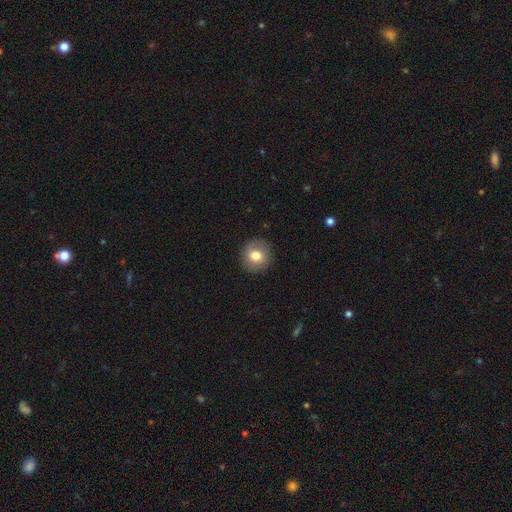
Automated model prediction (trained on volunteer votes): Q: Smooth or featured?
A: smooth (79%); runner-up: featured or disk (12%)
Q: How rounded?
A: round (90%); runner-up: in between (9%)
Q: Merging?
A: none (89%); runner-up: minor disturbance (8%)